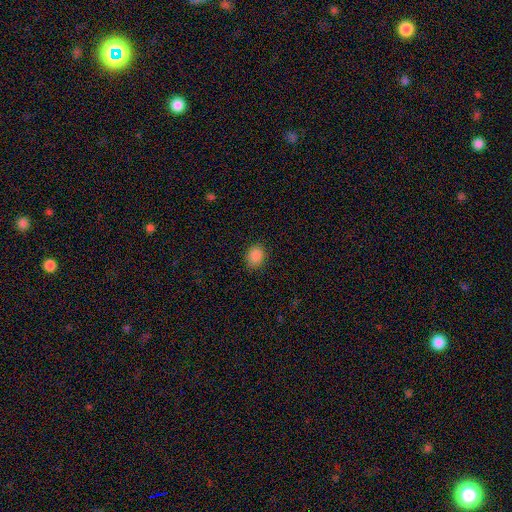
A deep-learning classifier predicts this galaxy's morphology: Smooth or featured? smooth (87%)
How rounded? round (52%)
Merging? none (88%)